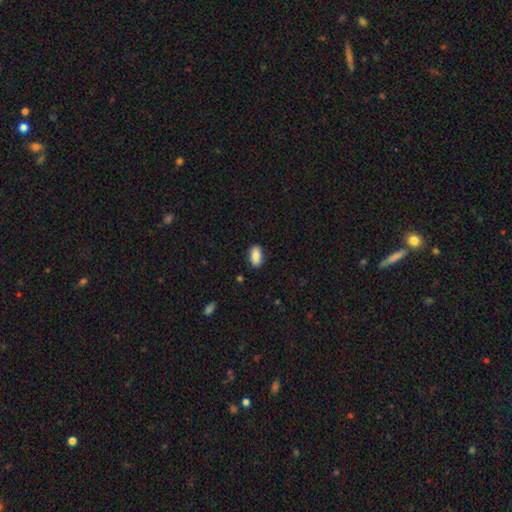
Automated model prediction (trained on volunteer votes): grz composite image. It shows a smooth galaxy with no disk features (87%) that is in between round and cigar-shaped (92%). Merging: none (88%).